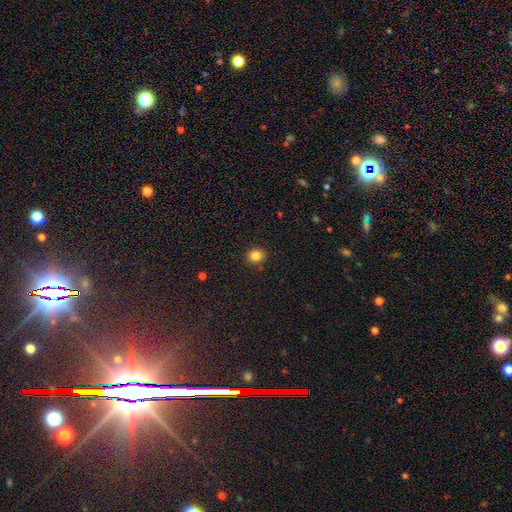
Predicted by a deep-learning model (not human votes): Smooth or featured?
  - smooth: 84% *
  - star or artifact: 11%
  - featured or disk: 4%
How rounded?
  - round: 79% *
  - in between: 21%
  - cigar-shaped: 1%
Merging?
  - none: 88% *
  - minor disturbance: 8%
  - major disturbance: 2%
  - merger: 2%